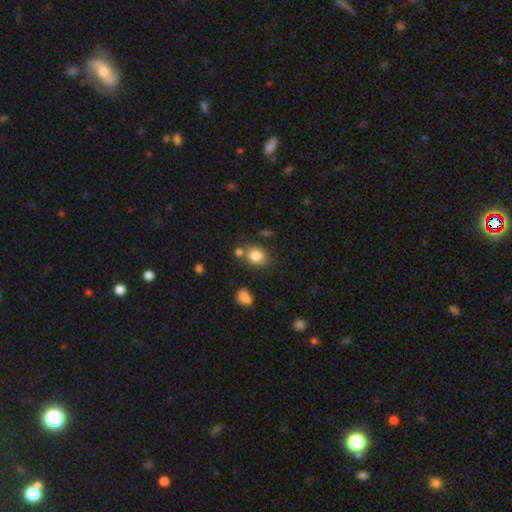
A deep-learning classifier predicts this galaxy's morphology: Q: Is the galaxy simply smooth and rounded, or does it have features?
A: smooth — 83%.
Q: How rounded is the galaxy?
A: round — 69%.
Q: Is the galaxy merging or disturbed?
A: none — 67%.